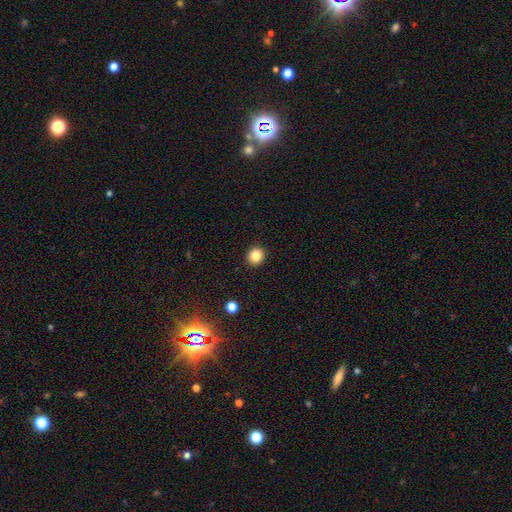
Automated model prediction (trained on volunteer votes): The model was most divided on "how rounded": round: 79%, in between: 20%, cigar-shaped: 1%. More confident: merging — none (92%); smooth or featured — smooth (86%).